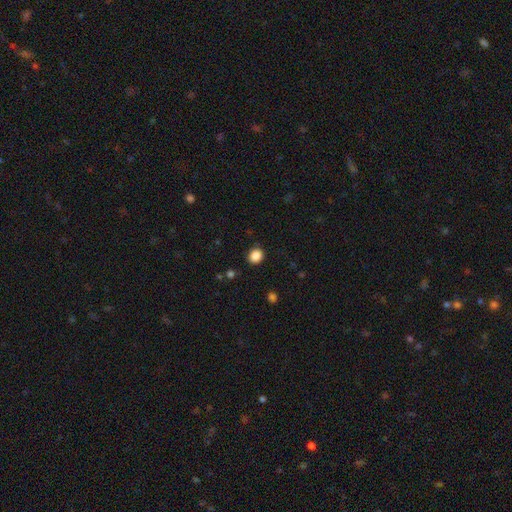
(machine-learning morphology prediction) This appears to be a smooth galaxy with no disk features (87%) that is round (74%). Merging: none (87%).